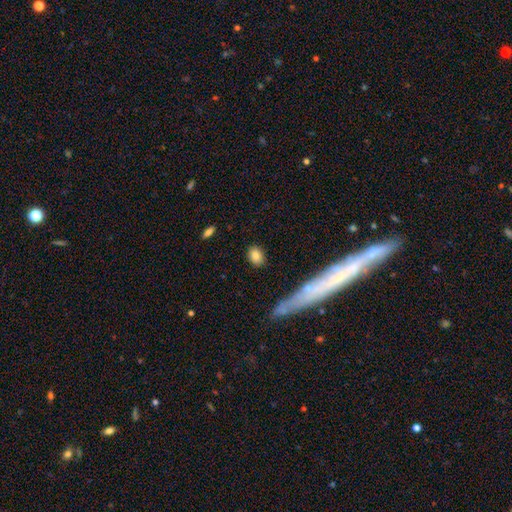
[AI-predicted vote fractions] smooth 83%, featured or disk 9%, star or artifact 8%. Down the decision tree: how rounded — in between (70%); merging — none (86%).